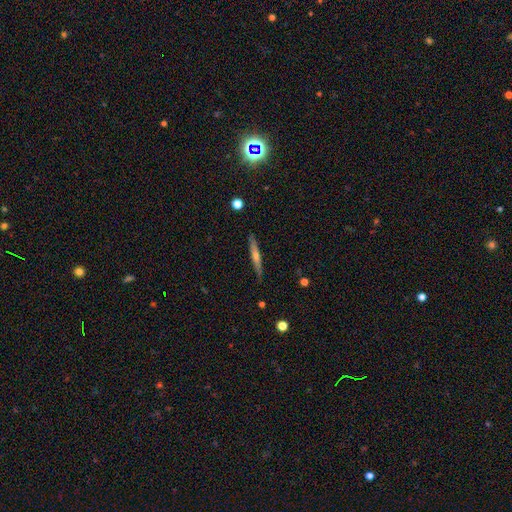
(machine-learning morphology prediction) smooth_or_featured: featured or disk (p=0.60) [alt: smooth p=0.33]
disk_edge_on: yes (p=0.97) [alt: no p=0.03]
edge_on_bulge: rounded (p=0.72) [alt: none p=0.24]
merging: none (p=0.90) [alt: minor disturbance p=0.08]